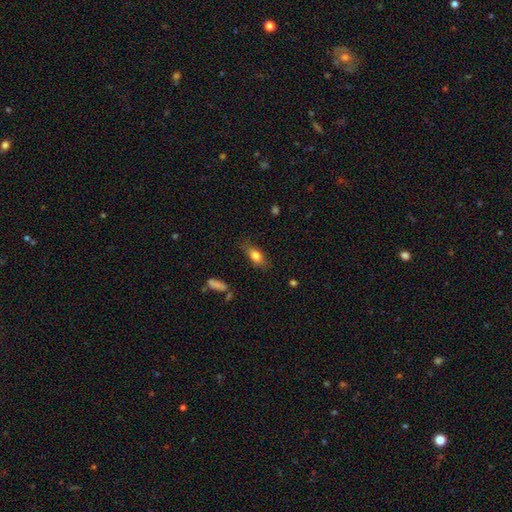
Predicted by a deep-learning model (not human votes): smooth-or-featured: smooth: 77% | featured or disk: 15% | star or artifact: 8%
  how-rounded: in between: 78% | cigar-shaped: 16% | round: 7%
  merging: none: 74% | minor disturbance: 19% | major disturbance: 5% | merger: 2%